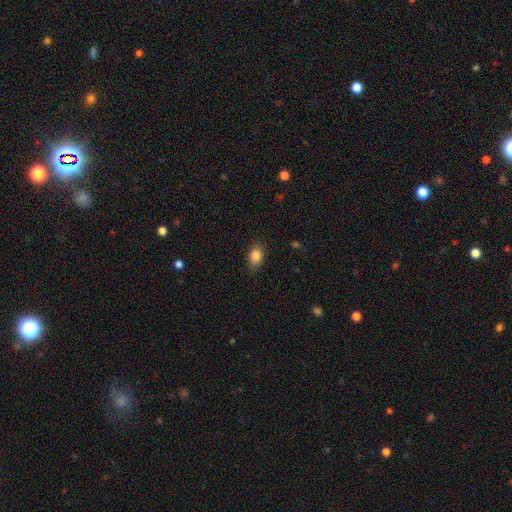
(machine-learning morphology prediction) smooth-or-featured: smooth: 86% | star or artifact: 9% | featured or disk: 6%
  how-rounded: in between: 77% | round: 21% | cigar-shaped: 2%
  merging: none: 85% | minor disturbance: 11% | major disturbance: 3% | merger: 1%